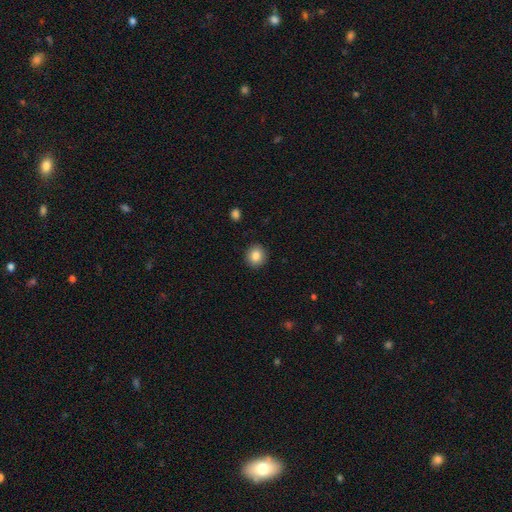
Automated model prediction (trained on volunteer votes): smooth-or-featured: smooth: 85% | star or artifact: 9% | featured or disk: 6%
  how-rounded: round: 88% | in between: 11% | cigar-shaped: 1%
  merging: none: 92% | minor disturbance: 6% | major disturbance: 2% | merger: 1%